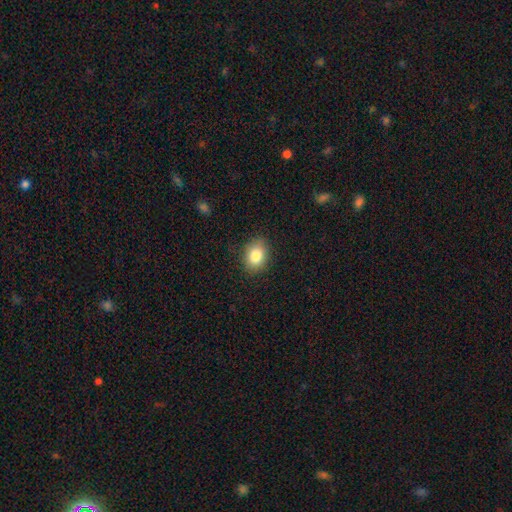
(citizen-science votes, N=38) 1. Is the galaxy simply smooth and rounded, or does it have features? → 76% smooth, 13% star or artifact, 11% featured or disk.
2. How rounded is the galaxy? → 55% in between, 45% round, 0% cigar-shaped.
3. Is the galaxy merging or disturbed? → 94% none, 6% minor disturbance, 0% major disturbance, 0% merger.